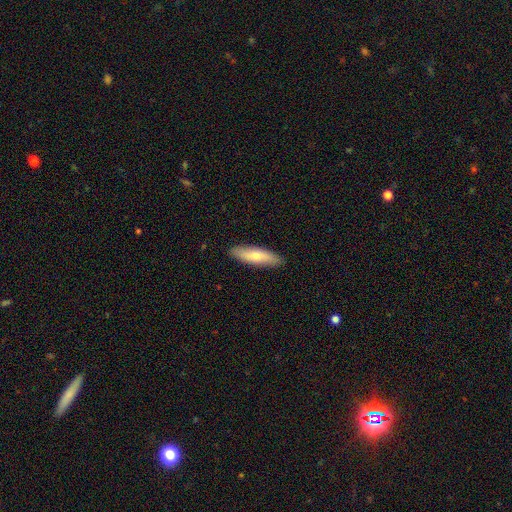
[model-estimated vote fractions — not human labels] The model was most divided on "smooth or featured": smooth: 59%, featured or disk: 34%, star or artifact: 7%. More confident: merging — none (90%); how rounded — cigar-shaped (69%).